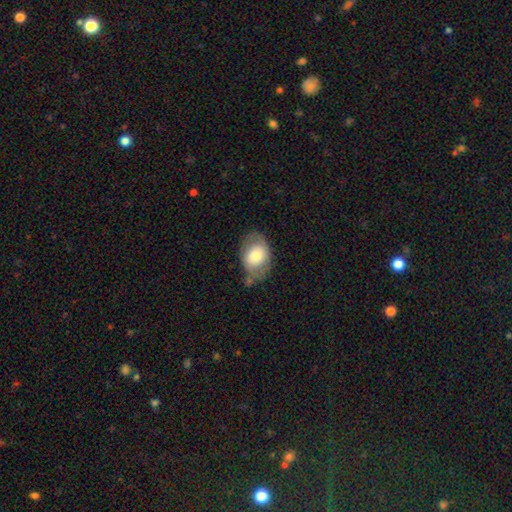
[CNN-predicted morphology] Q: Smooth or featured?
A: smooth (69%); runner-up: featured or disk (25%)
Q: How rounded?
A: in between (79%); runner-up: round (20%)
Q: Merging?
A: none (53%); runner-up: minor disturbance (30%)